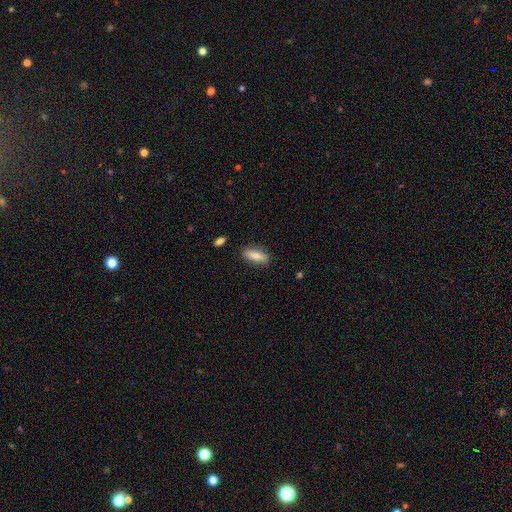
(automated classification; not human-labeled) Morphology: type=smooth (78%); roundness=in between (62%); merging=none (85%).